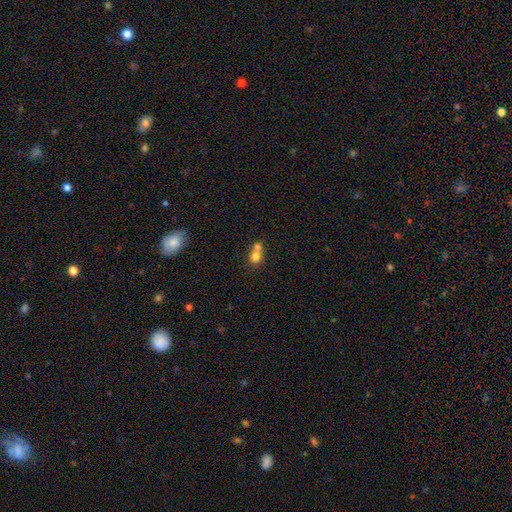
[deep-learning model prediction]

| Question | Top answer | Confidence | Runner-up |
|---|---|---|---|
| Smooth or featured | smooth | 75% | featured or disk (14%) |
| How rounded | round | 75% | in between (24%) |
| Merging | merger | 60% | none (31%) |